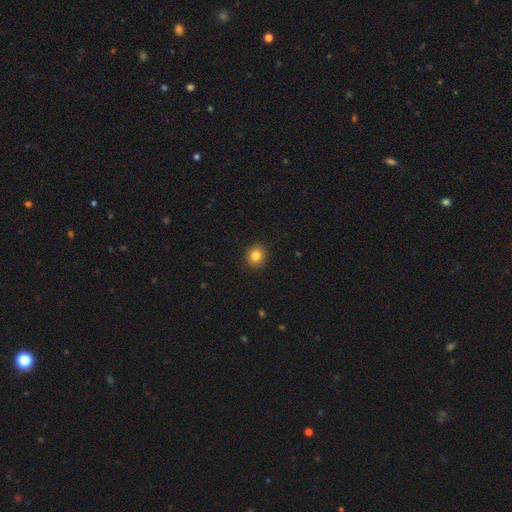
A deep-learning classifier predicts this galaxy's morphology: Overall: smooth (83%). How rounded: round (79%). Merging: none (92%).